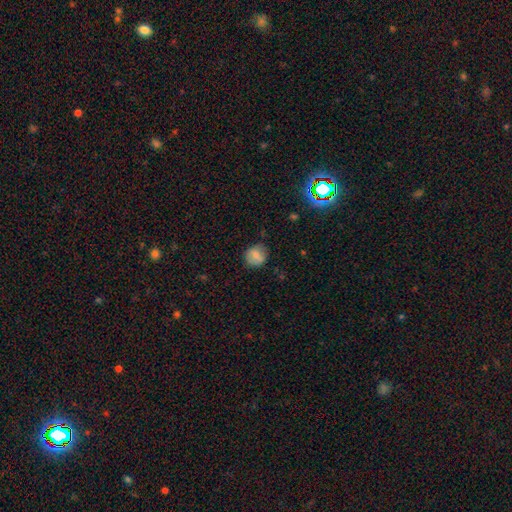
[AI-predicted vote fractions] Morphology: type=smooth (77%); roundness=round (80%); merging=none (78%).